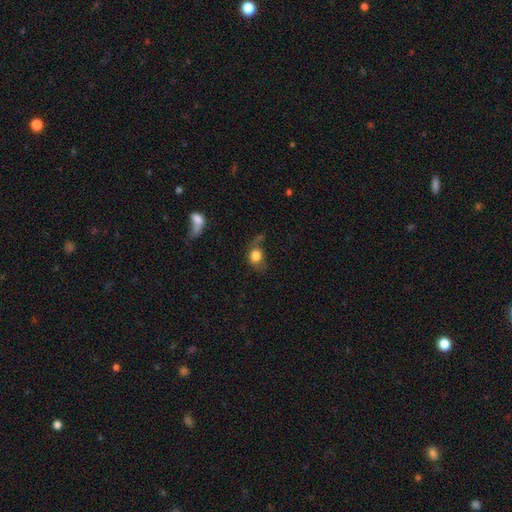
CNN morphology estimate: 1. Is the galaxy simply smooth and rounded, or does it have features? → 75% smooth, 15% featured or disk, 10% star or artifact.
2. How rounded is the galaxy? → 51% in between, 47% round, 2% cigar-shaped.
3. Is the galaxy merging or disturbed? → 32% major disturbance, 31% none, 26% minor disturbance, 11% merger.